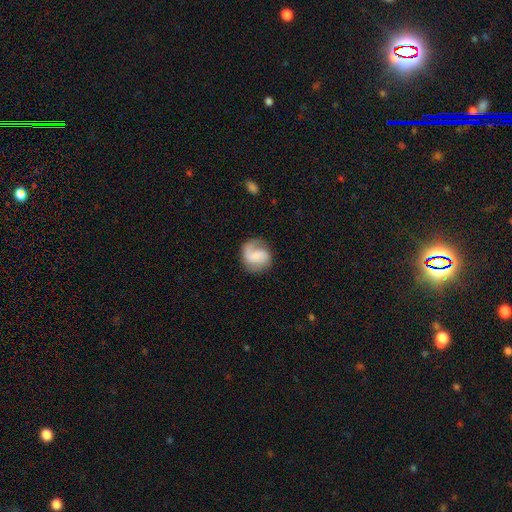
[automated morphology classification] Smooth or featured? featured or disk (66%)
Edge-on disk? no (98%)
Bar? weak (44%)
Spiral arms? yes (93%)
Spiral winding? medium (44%)
Spiral arm count? 2 (63%)
Bulge size? small (42%)
Merging? none (68%)